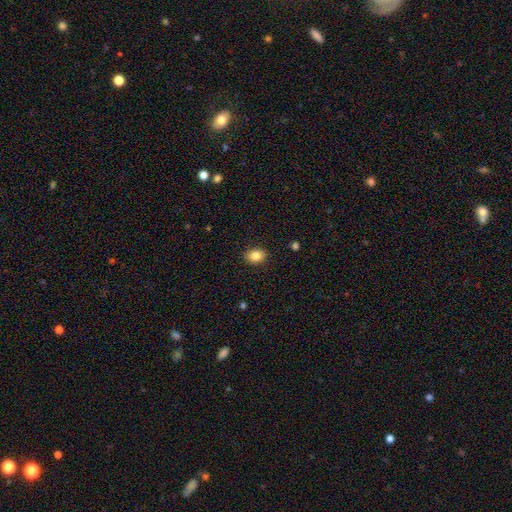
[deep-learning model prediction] The model was most divided on "how rounded": in between: 67%, round: 32%, cigar-shaped: 1%. More confident: merging — none (89%); smooth or featured — smooth (85%).